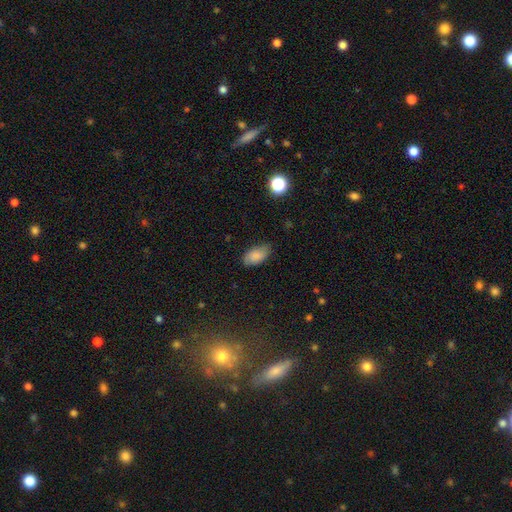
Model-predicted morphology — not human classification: type=smooth (83%); roundness=in between (94%); merging=none (76%).